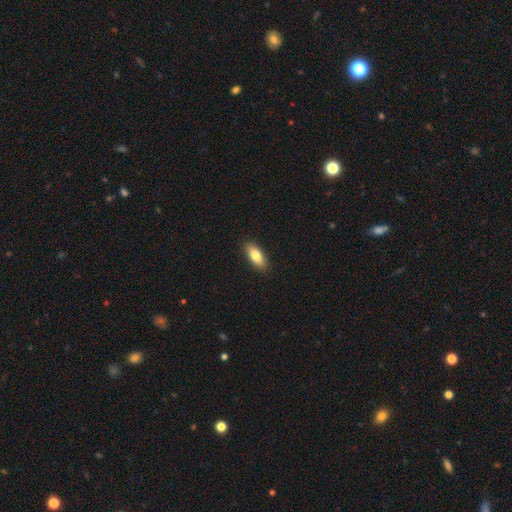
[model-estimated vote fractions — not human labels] Q: Smooth or featured?
A: smooth (80%); runner-up: featured or disk (14%)
Q: How rounded?
A: in between (79%); runner-up: cigar-shaped (19%)
Q: Merging?
A: none (89%); runner-up: minor disturbance (8%)